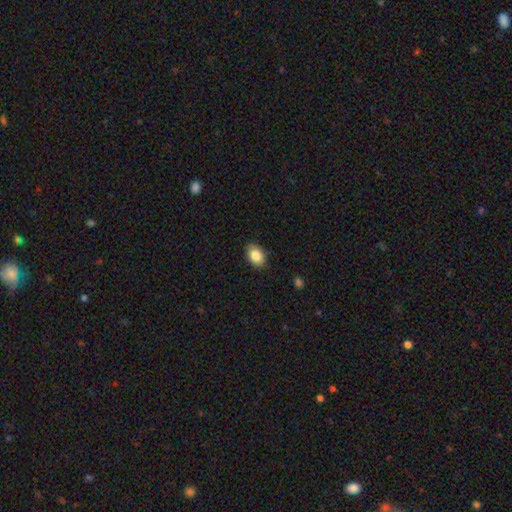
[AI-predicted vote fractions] Overall: smooth (86%). How rounded: in between (87%). Merging: none (87%).